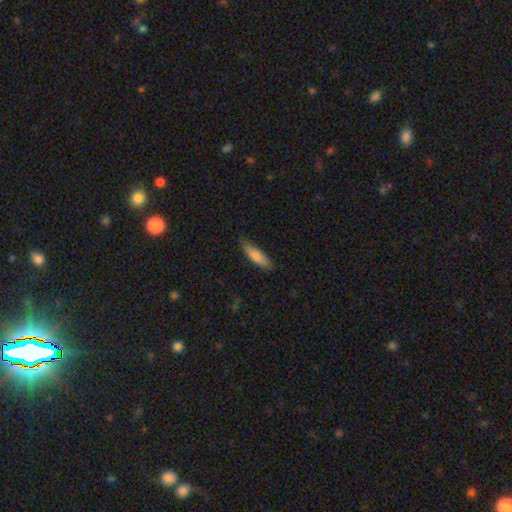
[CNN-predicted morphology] Smooth or featured?
  - smooth: 80% *
  - featured or disk: 14%
  - star or artifact: 6%
How rounded?
  - cigar-shaped: 64% *
  - in between: 35%
  - round: 2%
Merging?
  - none: 78% *
  - minor disturbance: 18%
  - major disturbance: 3%
  - merger: 1%